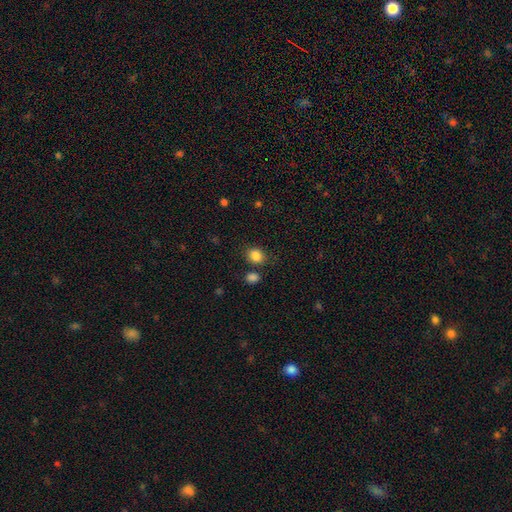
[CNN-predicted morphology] Q: Smooth or featured?
A: smooth (85%); runner-up: star or artifact (10%)
Q: How rounded?
A: round (64%); runner-up: in between (35%)
Q: Merging?
A: none (77%); runner-up: minor disturbance (11%)